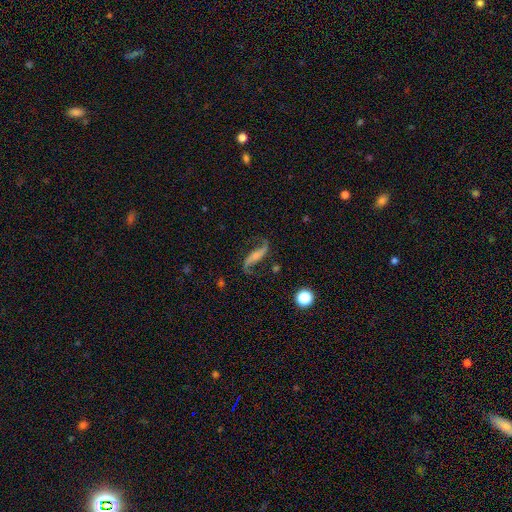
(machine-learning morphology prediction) A featured or disk galaxy (84%) with no bar (44%), 2 (93%) loose (90%) spiral arms (96%) and a small central bulge (52%).

Vote fractions:
- Smooth or featured? featured or disk: 84% / smooth: 10% / star or artifact: 6%
- Edge-on disk? no: 89% / yes: 11%
- Bar? no: 44% / strong: 31% / weak: 25%
- Spiral arms? yes: 96% / no: 4%
- Spiral winding? loose: 90% / medium: 7% / tight: 3%
- Spiral arm count? 2: 93% / 1: 3% / can't tell: 1% / 3: 1% / 4: 1% / more than 4: 1%
- Bulge size? small: 52% / moderate: 22% / none: 18% / large: 5% / dominant: 3%
- Merging? none: 75% / minor disturbance: 15% / major disturbance: 8% / merger: 2%